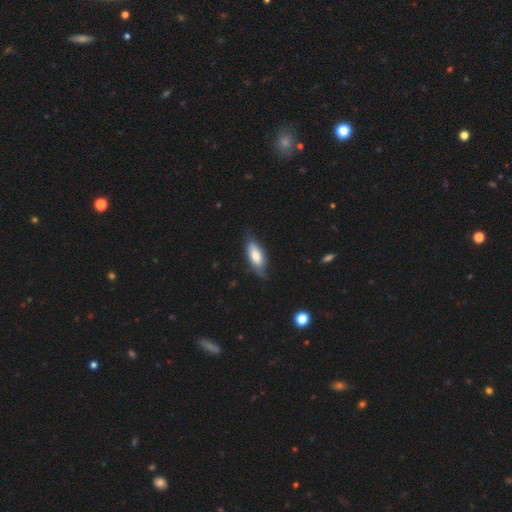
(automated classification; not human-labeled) A smooth galaxy with no disk features (70%) that is in between round and cigar-shaped (74%). Merging: none (68%).